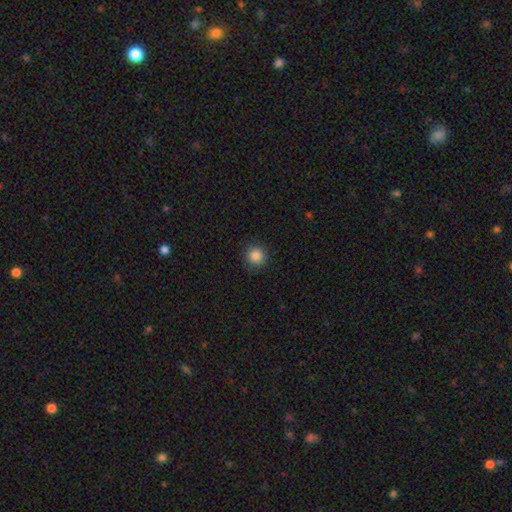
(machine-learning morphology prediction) The model was most divided on "smooth or featured": smooth: 86%, star or artifact: 11%, featured or disk: 3%. More confident: how rounded — round (94%); merging — none (90%).